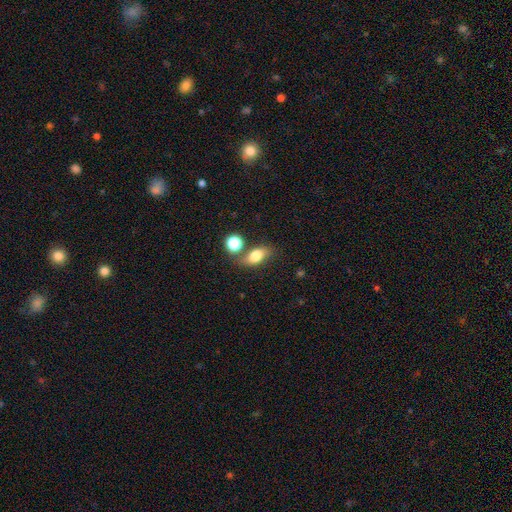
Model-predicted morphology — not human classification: type=smooth (73%); roundness=in between (77%); merging=none (65%).